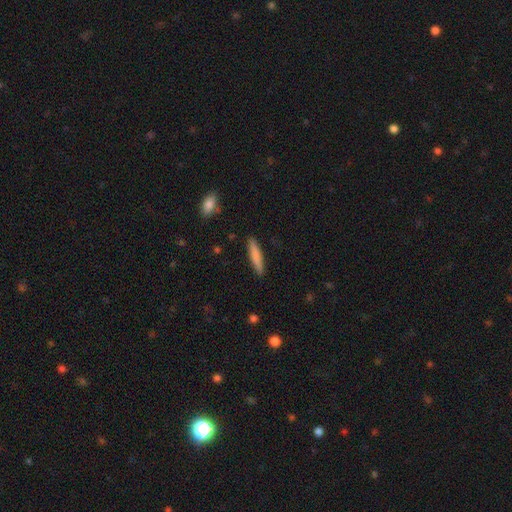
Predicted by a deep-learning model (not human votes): smooth_or_featured: smooth (p=0.81) [alt: featured or disk p=0.13]
how_rounded: cigar-shaped (p=0.88) [alt: in between p=0.10]
merging: none (p=0.90) [alt: minor disturbance p=0.07]